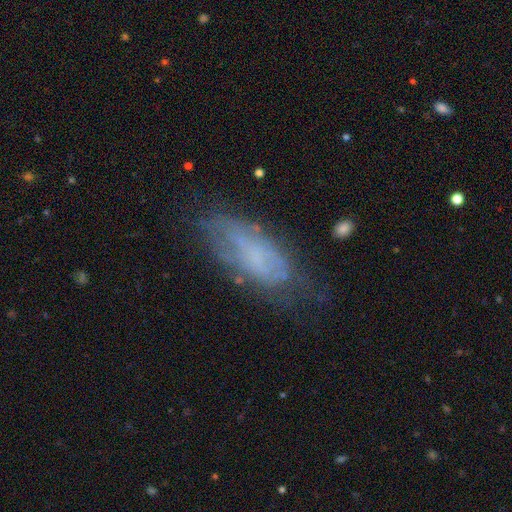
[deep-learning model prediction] Morphology: type=featured or disk (45%); merging=none (55%).